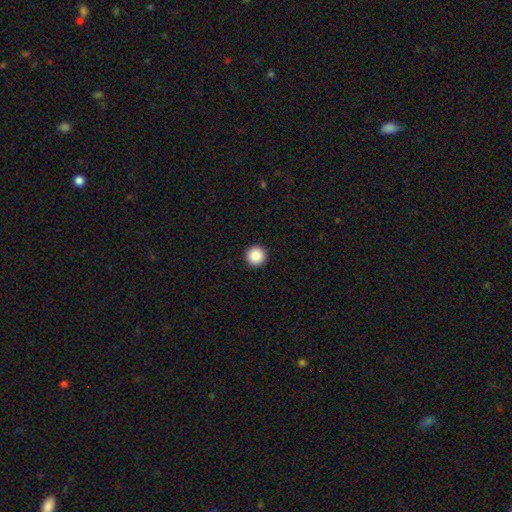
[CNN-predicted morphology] The model was most divided on "smooth or featured": smooth: 88%, star or artifact: 9%, featured or disk: 3%. More confident: how rounded — round (97%); merging — none (94%).